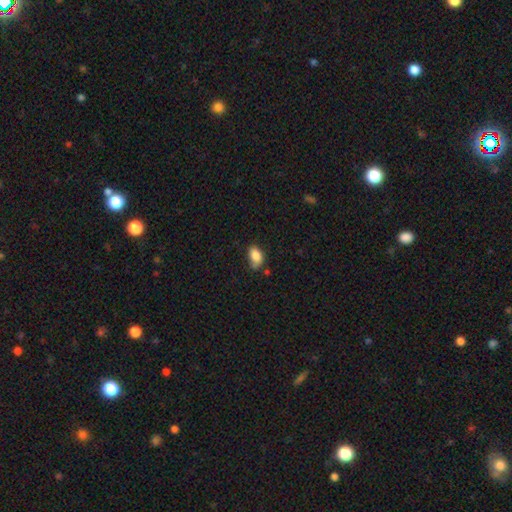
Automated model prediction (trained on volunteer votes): This appears to be a smooth galaxy with no disk features (84%) that is in between round and cigar-shaped (88%). Merging: none (56%).